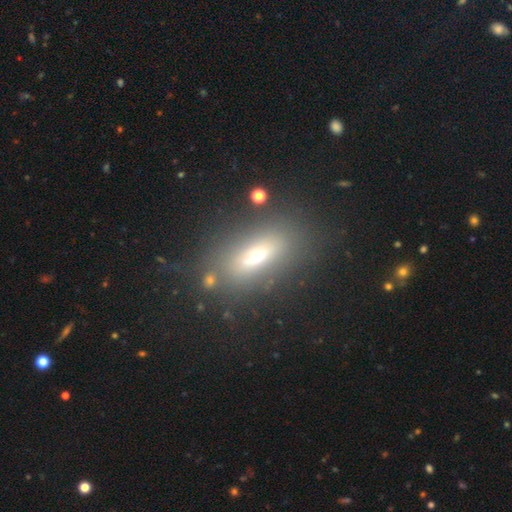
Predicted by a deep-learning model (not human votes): The model was most divided on "smooth or featured": smooth: 52%, featured or disk: 31%, star or artifact: 17%. More confident: merging — none (77%); how rounded — in between (67%).